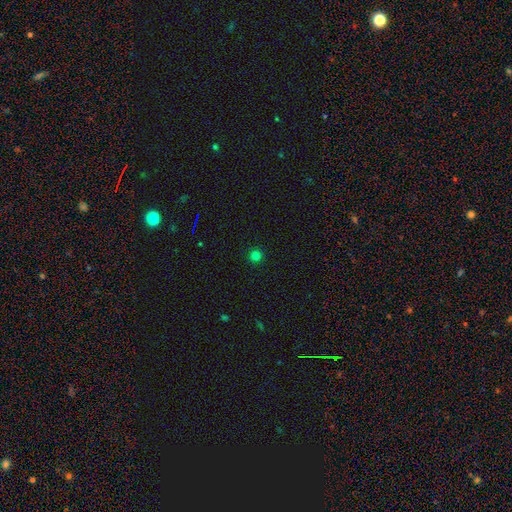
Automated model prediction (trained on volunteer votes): This appears to be a smooth galaxy with no disk features (78%) that is round (96%). Merging: none (93%).